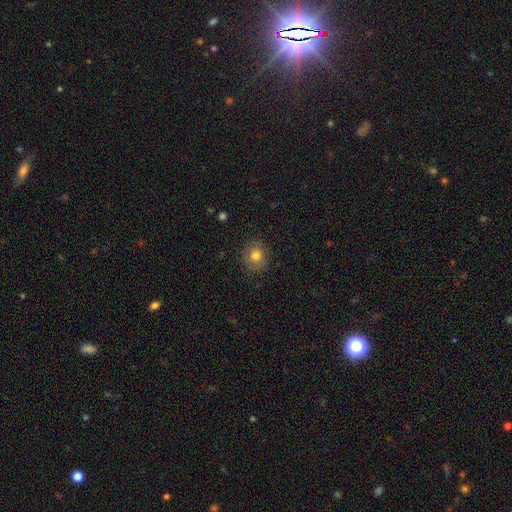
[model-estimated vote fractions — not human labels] Overall: smooth (80%). How rounded: round (86%). Merging: none (86%).